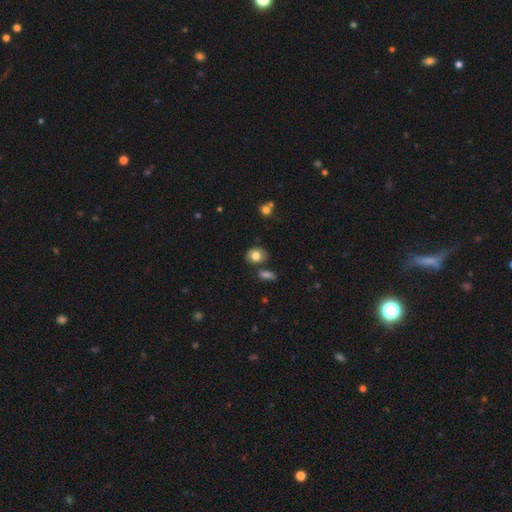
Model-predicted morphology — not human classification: A smooth galaxy with no disk features (80%) that is round (61%).

Vote fractions:
- Smooth or featured? smooth: 80% / featured or disk: 11% / star or artifact: 9%
- How rounded? round: 61% / in between: 37% / cigar-shaped: 1%
- Merging? none: 72% / minor disturbance: 14% / merger: 10% / major disturbance: 4%